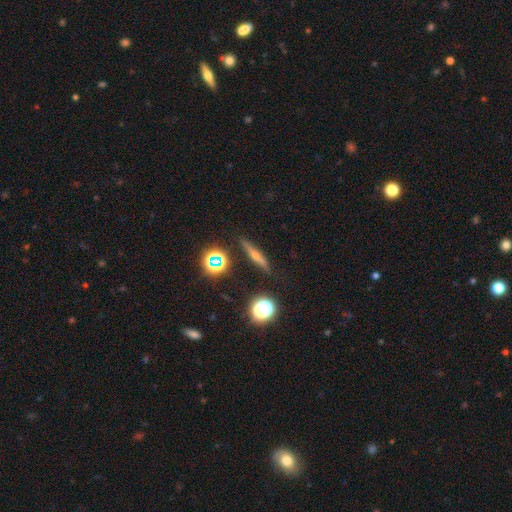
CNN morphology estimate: smooth_or_featured: featured or disk (p=0.52) [alt: smooth p=0.27]
disk_edge_on: yes (p=0.90) [alt: no p=0.10]
merging: none (p=0.85) [alt: minor disturbance p=0.08]